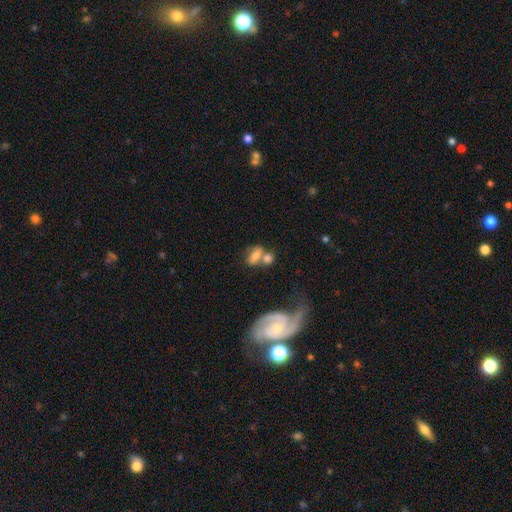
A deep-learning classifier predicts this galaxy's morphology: A smooth galaxy with no disk features (60%) that is in between round and cigar-shaped (76%).

Vote fractions:
- Smooth or featured? smooth: 60% / featured or disk: 30% / star or artifact: 11%
- How rounded? in between: 76% / round: 17% / cigar-shaped: 7%
- Merging? merger: 47% / none: 31% / minor disturbance: 14% / major disturbance: 8%